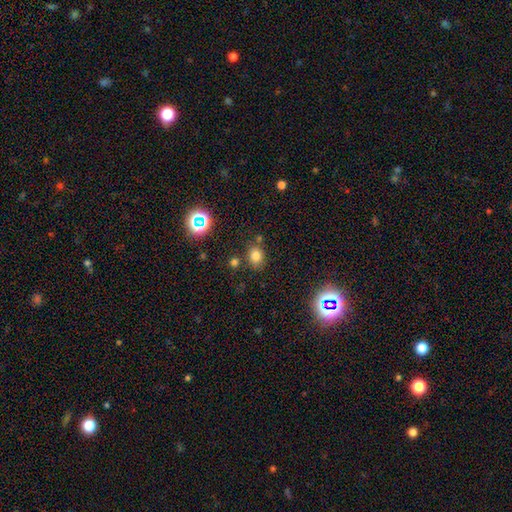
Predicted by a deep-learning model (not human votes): Smooth or featured? smooth (76%)
How rounded? round (50%)
Merging? none (74%)